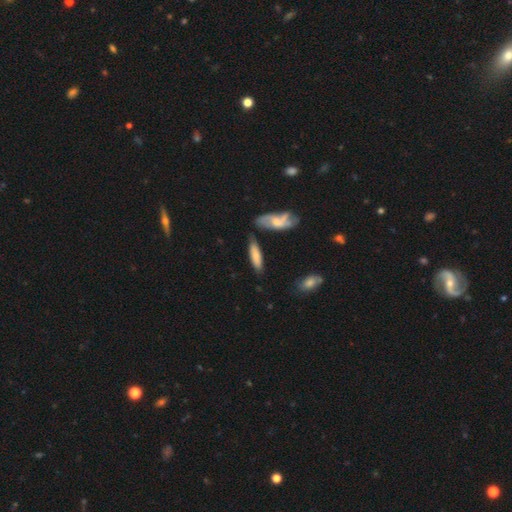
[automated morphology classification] Smooth or featured? Predicted: smooth (p=0.73). How rounded? Predicted: cigar-shaped (p=0.59). Merging? Predicted: none (p=0.69).